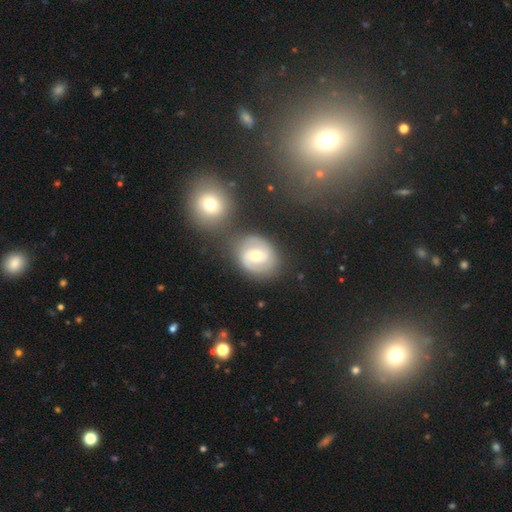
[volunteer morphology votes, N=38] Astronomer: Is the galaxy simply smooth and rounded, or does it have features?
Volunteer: featured or disk — 89%.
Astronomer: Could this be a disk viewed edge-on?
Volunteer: no — 100%.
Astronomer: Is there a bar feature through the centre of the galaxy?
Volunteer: no — 56% (runner-up: weak, 38%).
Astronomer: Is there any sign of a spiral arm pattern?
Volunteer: yes — 100%.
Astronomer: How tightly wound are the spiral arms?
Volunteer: medium — 59%.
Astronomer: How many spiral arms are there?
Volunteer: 2 — 91%.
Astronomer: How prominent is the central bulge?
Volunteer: moderate — 59% (runner-up: small, 41%).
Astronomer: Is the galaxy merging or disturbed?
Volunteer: none — 70%.